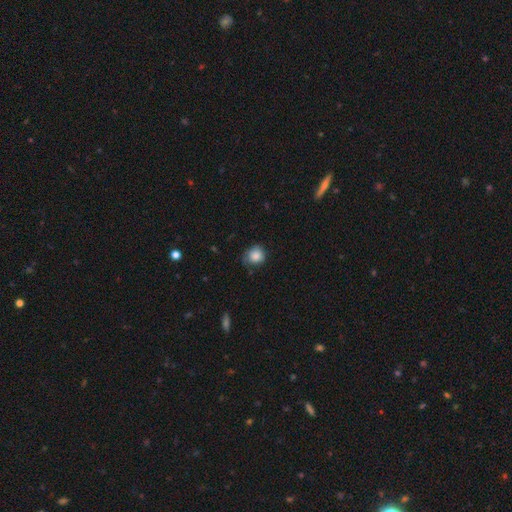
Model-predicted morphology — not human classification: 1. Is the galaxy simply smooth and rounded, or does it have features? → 84% smooth, 9% star or artifact, 7% featured or disk.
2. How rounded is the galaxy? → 75% round, 24% in between, 1% cigar-shaped.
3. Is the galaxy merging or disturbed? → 58% none, 32% minor disturbance, 8% major disturbance, 2% merger.